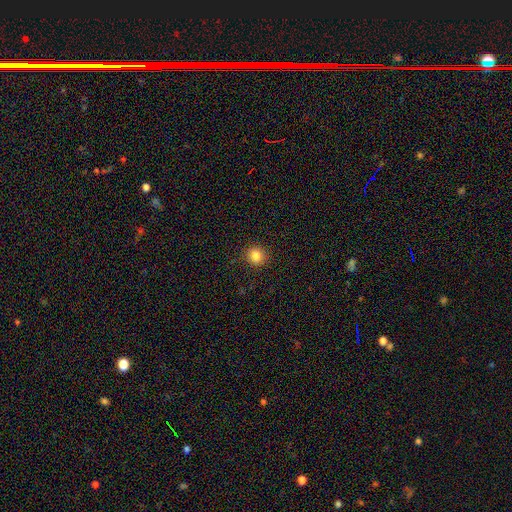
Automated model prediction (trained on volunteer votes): Smooth or featured? smooth (83%)
How rounded? round (89%)
Merging? none (90%)